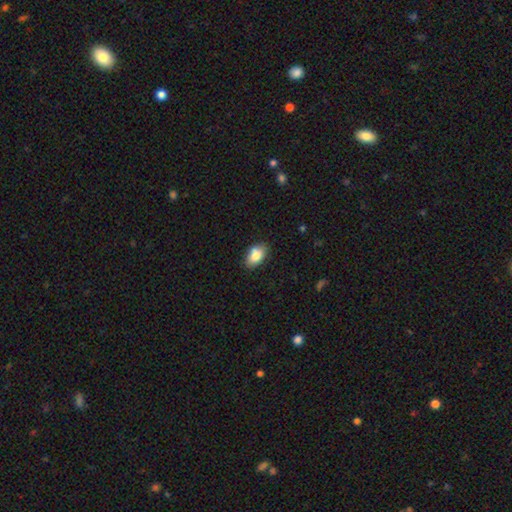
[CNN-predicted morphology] The model was most divided on "merging": none: 76%, minor disturbance: 16%, merger: 6%, major disturbance: 3%. More confident: how rounded — in between (89%); smooth or featured — smooth (81%).